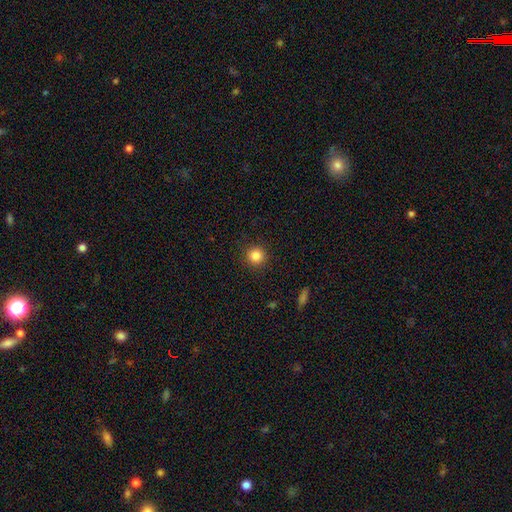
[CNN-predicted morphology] smooth 85%, star or artifact 11%, featured or disk 4%. Down the decision tree: how rounded — round (95%); merging — none (91%).